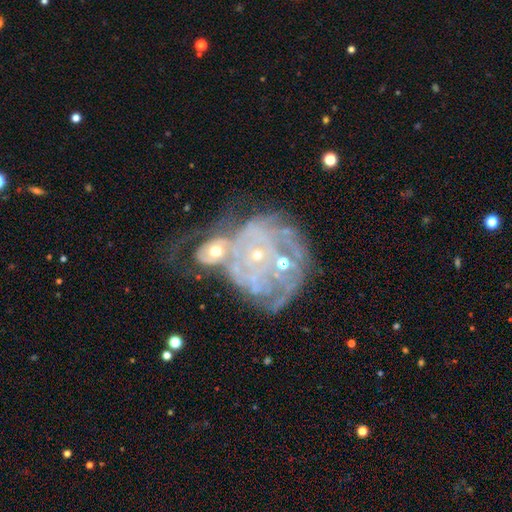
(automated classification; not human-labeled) A featured or disk galaxy (80%) with no bar (80%), tight (71%) spiral arms (80%) and a small central bulge (81%). Merging: merger (47%).